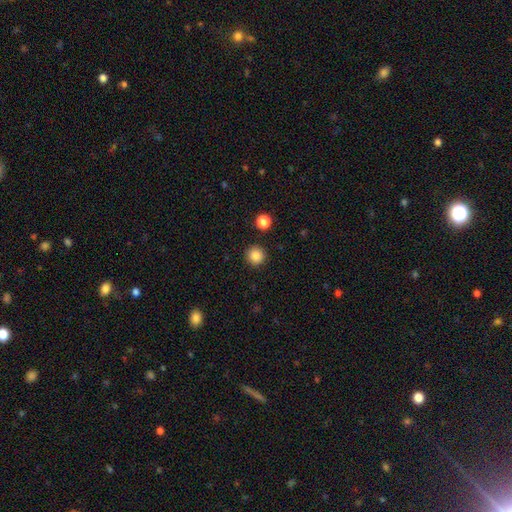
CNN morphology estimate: This appears to be a smooth galaxy with no disk features (86%) that is round (96%). Merging: none (92%).